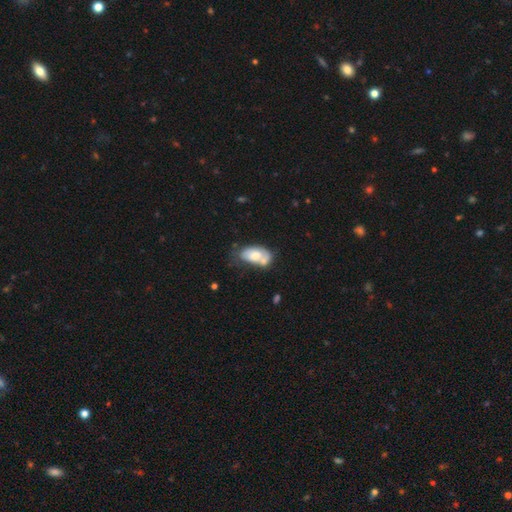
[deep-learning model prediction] Smooth or featured? smooth (63%)
How rounded? in between (92%)
Merging? merger (38%)